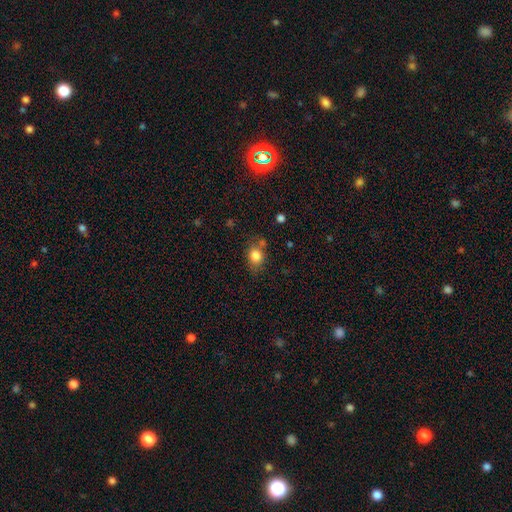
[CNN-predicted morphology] smooth-or-featured: smooth: 82% | star or artifact: 10% | featured or disk: 8%
  how-rounded: round: 50% | in between: 49% | cigar-shaped: 1%
  merging: none: 66% | minor disturbance: 18% | merger: 10% | major disturbance: 6%